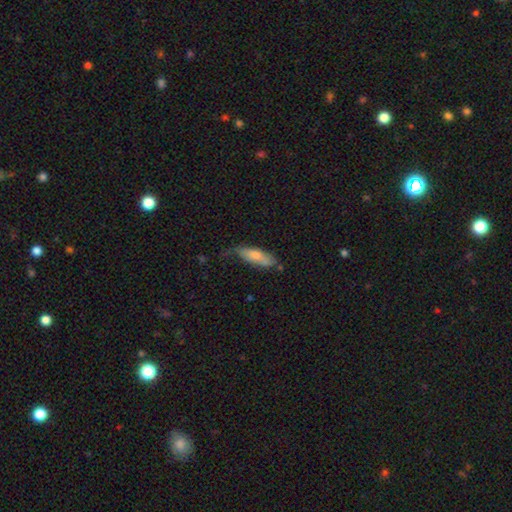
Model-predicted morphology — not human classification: Overall: smooth (73%). How rounded: in between (56%; cigar-shaped 42%). Merging: none (47%; minor disturbance 36%).